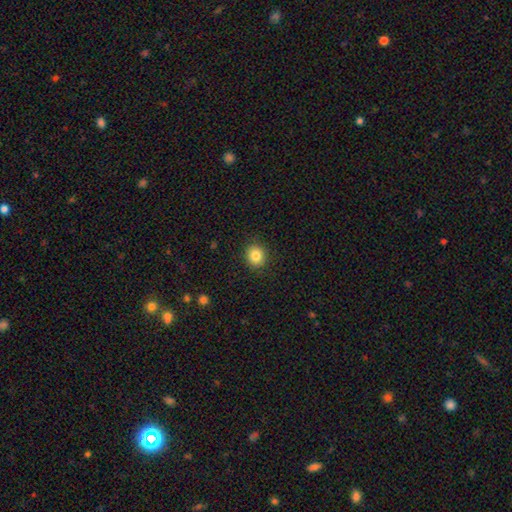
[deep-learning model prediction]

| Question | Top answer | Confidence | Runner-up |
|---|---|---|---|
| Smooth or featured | smooth | 84% | star or artifact (10%) |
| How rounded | round | 83% | in between (16%) |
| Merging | none | 90% | minor disturbance (7%) |